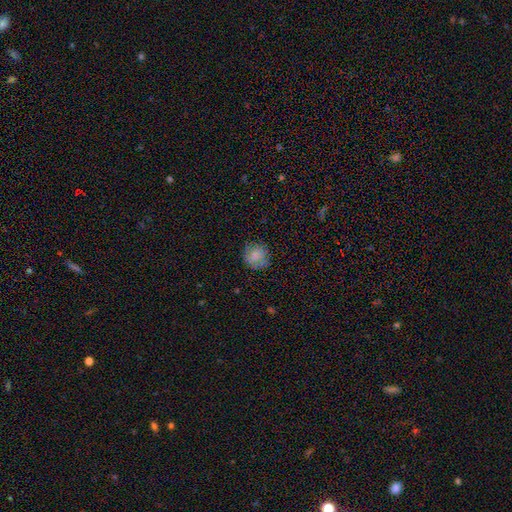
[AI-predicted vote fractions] This appears to be a smooth galaxy with no disk features (75%) that is round (86%). Merging: none (74%).